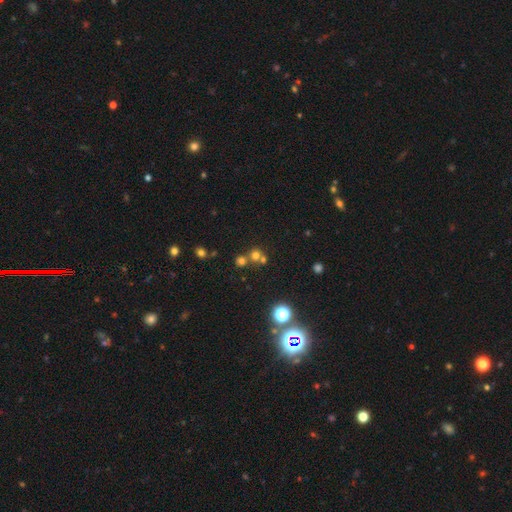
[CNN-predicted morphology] This appears to be a smooth galaxy with no disk features (60%) that is round (89%). Merging: none (55%).